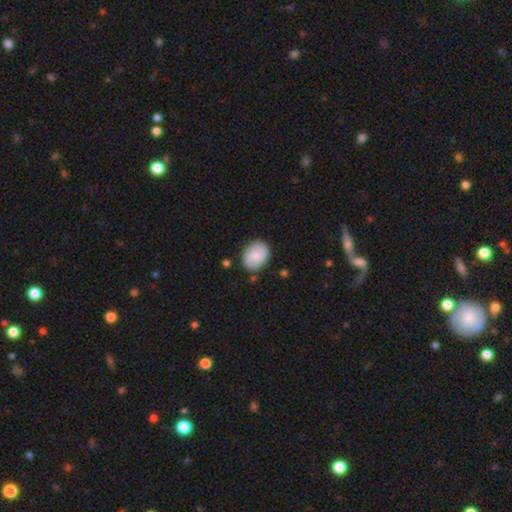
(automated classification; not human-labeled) The model was most divided on "how rounded": in between: 52%, round: 47%, cigar-shaped: 1%. More confident: merging — none (81%); smooth or featured — smooth (62%).